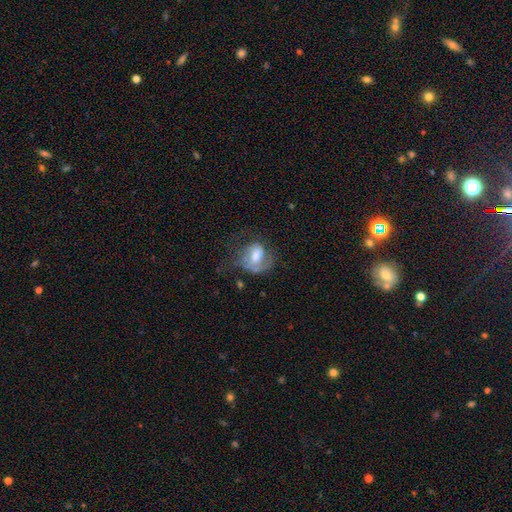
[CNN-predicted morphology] Smooth or featured? Predicted: featured or disk (p=0.55). Edge-on disk? Predicted: no (p=0.97). Bar? Predicted: no (p=0.46). Spiral arms? Predicted: yes (p=0.75). Bulge size? Predicted: moderate (p=0.52). Merging? Predicted: none (p=0.41).